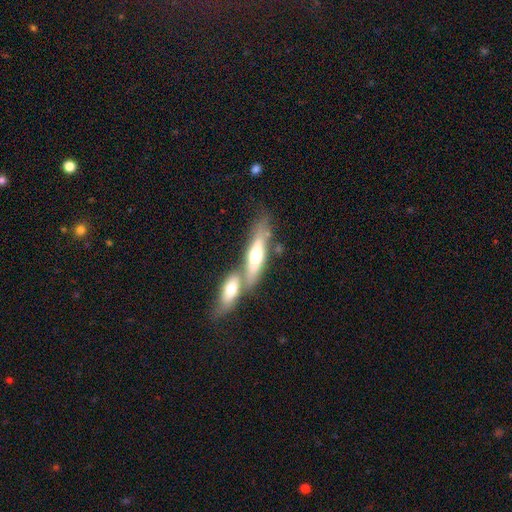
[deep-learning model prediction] Overall: smooth (52%; featured or disk 43%). How rounded: cigar-shaped (64%; in between 34%). Merging: merger (50%; none 37%).